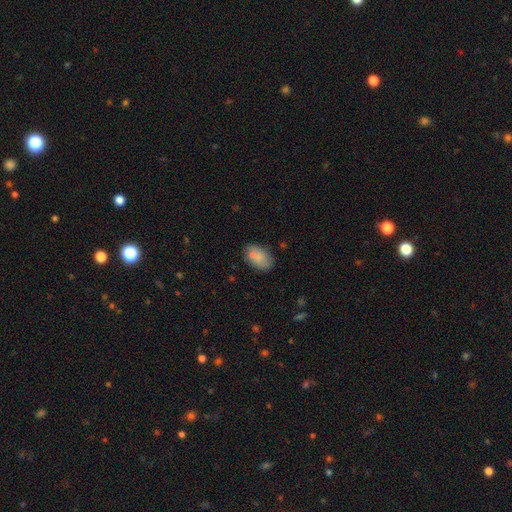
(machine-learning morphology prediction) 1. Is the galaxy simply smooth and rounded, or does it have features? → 76% smooth, 15% featured or disk, 9% star or artifact.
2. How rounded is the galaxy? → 91% in between, 7% round, 2% cigar-shaped.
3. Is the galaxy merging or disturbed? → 70% none, 19% minor disturbance, 6% merger, 5% major disturbance.